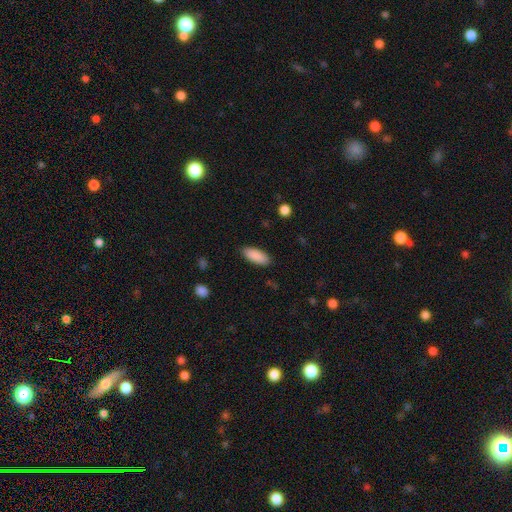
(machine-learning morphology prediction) Smooth or featured: smooth — 90% (star or artifact — 6%)
How rounded: in between — 82% (cigar-shaped — 16%)
Merging: none — 88% (minor disturbance — 9%)